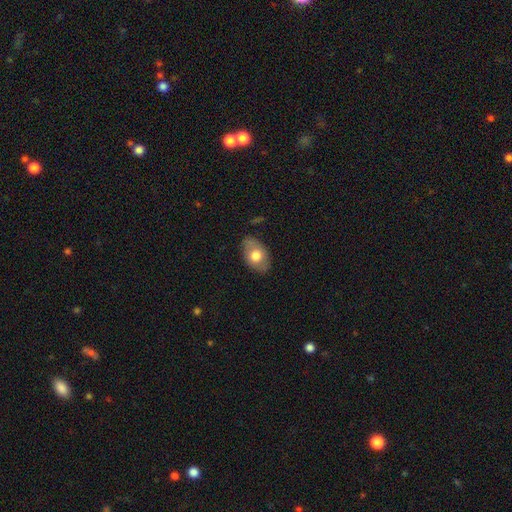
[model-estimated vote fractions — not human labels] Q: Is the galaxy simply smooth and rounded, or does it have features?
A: smooth — 67%.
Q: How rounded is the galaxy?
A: in between — 87%.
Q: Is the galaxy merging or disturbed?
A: none — 76%.